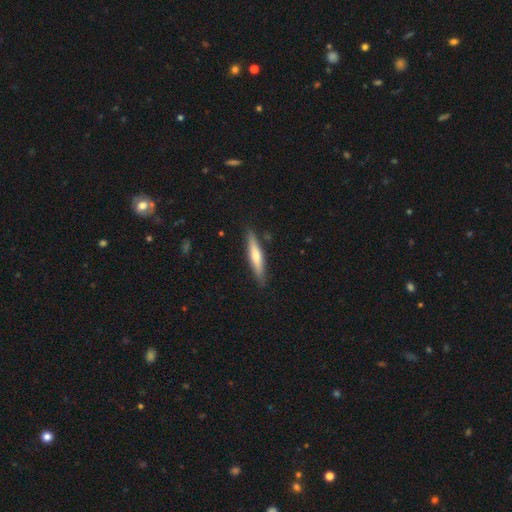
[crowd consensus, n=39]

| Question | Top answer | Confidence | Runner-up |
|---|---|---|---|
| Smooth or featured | smooth | 72% | featured or disk (23%) |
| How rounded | cigar-shaped | 89% | in between (11%) |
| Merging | none | 92% | minor disturbance (5%) |